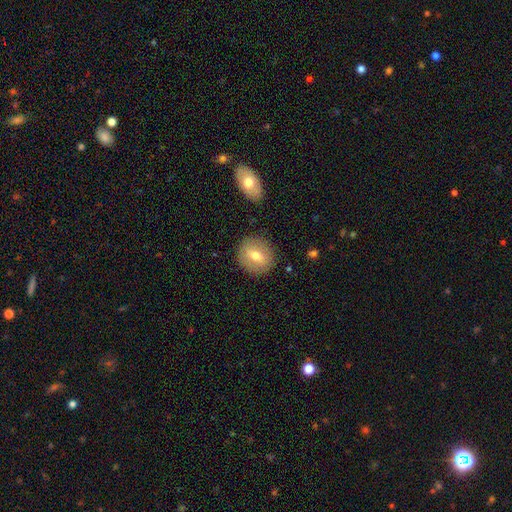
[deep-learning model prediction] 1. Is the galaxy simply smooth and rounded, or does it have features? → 62% smooth, 30% featured or disk, 8% star or artifact.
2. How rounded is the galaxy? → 75% round, 23% in between, 1% cigar-shaped.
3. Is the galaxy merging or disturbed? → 86% none, 9% minor disturbance, 3% major disturbance, 2% merger.